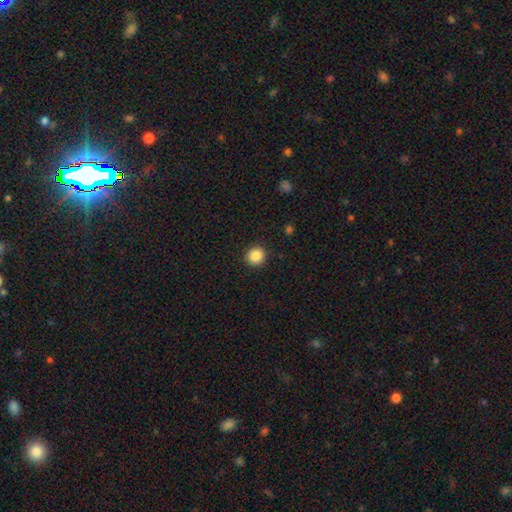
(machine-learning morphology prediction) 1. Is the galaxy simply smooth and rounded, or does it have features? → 87% smooth, 9% star or artifact, 3% featured or disk.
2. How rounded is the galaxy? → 93% round, 6% in between, 1% cigar-shaped.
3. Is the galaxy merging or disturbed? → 92% none, 5% minor disturbance, 2% major disturbance, 1% merger.